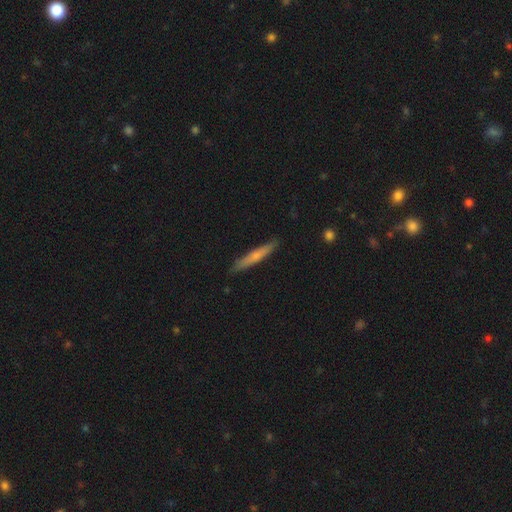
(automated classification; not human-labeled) This appears to be a smooth galaxy with no disk features (58%) that is cigar-shaped (94%). Merging: none (88%).